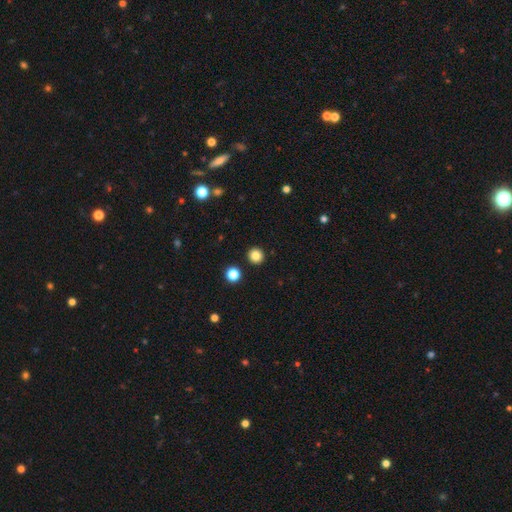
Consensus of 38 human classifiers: Overall: smooth (92%). How rounded: round (97%). Merging: none (94%).